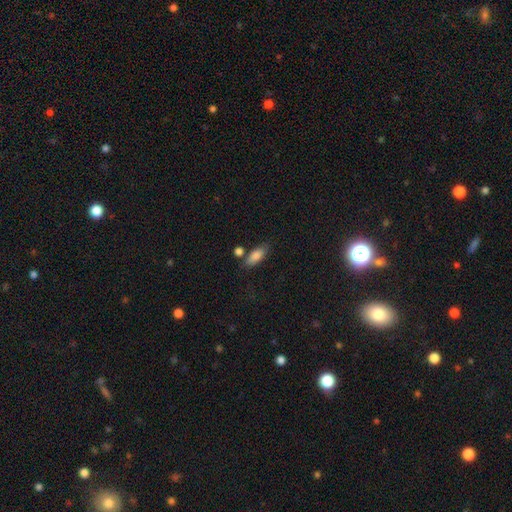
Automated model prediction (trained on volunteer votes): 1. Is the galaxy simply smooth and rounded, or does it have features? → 83% smooth, 10% featured or disk, 7% star or artifact.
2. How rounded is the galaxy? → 77% in between, 19% cigar-shaped, 3% round.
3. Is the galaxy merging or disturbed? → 68% none, 17% minor disturbance, 11% merger, 4% major disturbance.